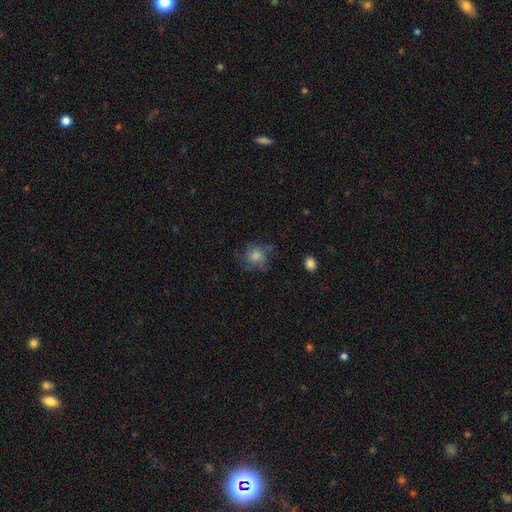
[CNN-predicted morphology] Smooth or featured? smooth (44%)
Merging? none (65%)